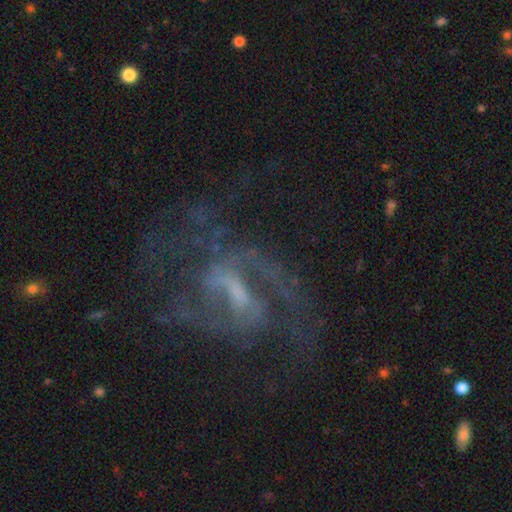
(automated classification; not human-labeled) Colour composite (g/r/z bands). It shows a featured or disk galaxy (83%) with a weak bar (49%), 2 (62%) medium (50%) spiral arms (88%) and a small central bulge (42%). Merging: none (54%).